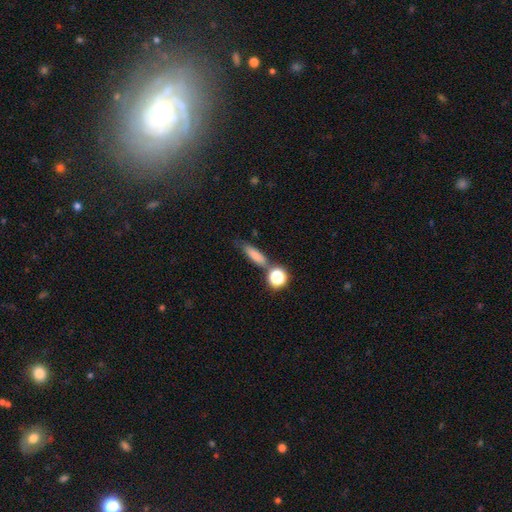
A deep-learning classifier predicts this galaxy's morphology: This appears to be a smooth galaxy with no disk features (77%) that is cigar-shaped (55%). Merging: none (64%).